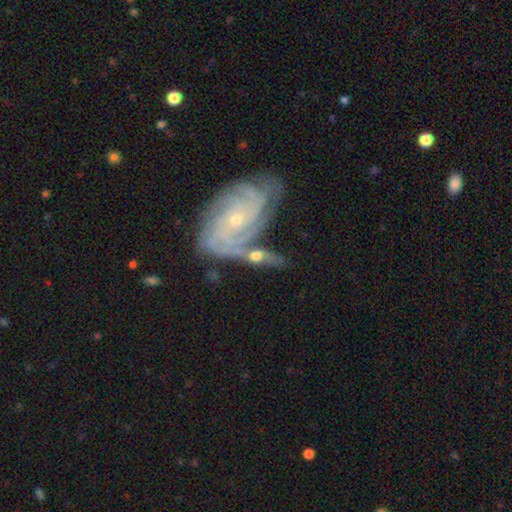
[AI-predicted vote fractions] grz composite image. It shows a featured or disk galaxy (69%) with no bar (75%), spiral arms (82%) and a small central bulge (57%). Merging: none (38%).